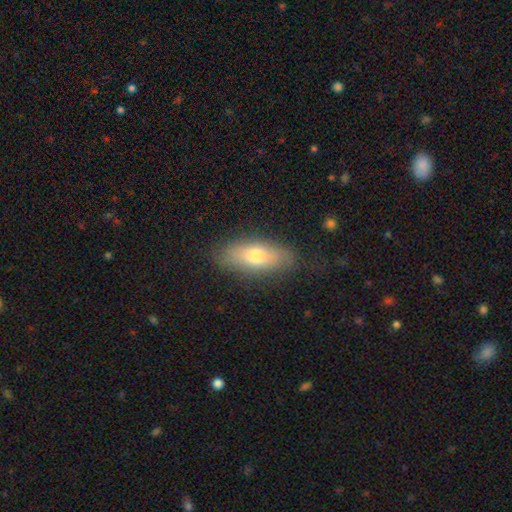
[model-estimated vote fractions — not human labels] Smooth or featured: smooth — 69% (featured or disk — 24%)
How rounded: in between — 76% (cigar-shaped — 20%)
Merging: none — 81% (minor disturbance — 14%)